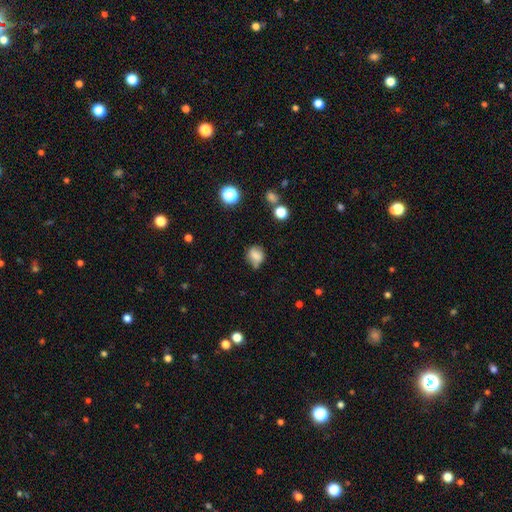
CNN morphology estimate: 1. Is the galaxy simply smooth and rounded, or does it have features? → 77% smooth, 12% star or artifact, 11% featured or disk.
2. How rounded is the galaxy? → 63% round, 36% in between, 1% cigar-shaped.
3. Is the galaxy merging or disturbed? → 52% none, 31% minor disturbance, 9% major disturbance, 8% merger.